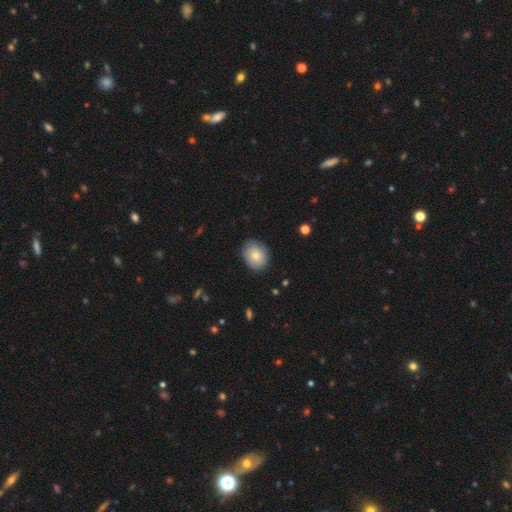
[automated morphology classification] type=smooth (77%); roundness=in between (54%); merging=none (82%).